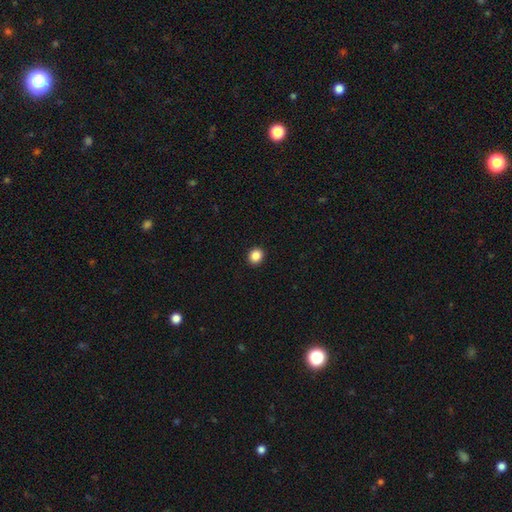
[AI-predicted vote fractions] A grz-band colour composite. It shows a smooth galaxy with no disk features (87%) that is round (80%). Merging: none (93%).